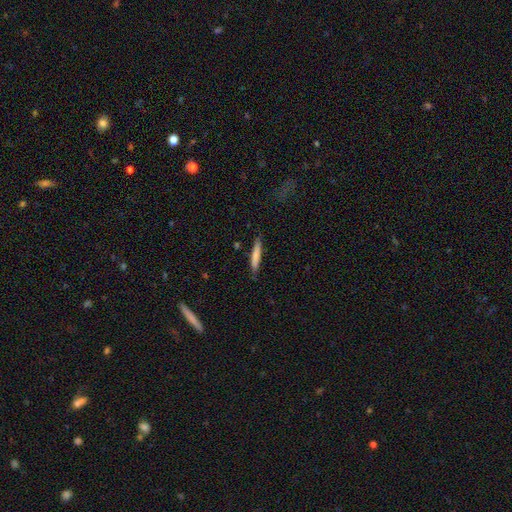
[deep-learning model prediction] This is likely a smooth galaxy (76%). How rounded: clearly cigar-shaped (94%). Merging: clearly none (85%).